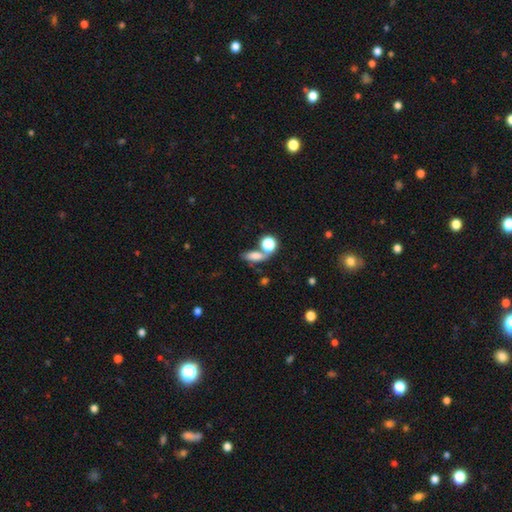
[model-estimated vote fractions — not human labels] Smooth or featured? Predicted: smooth (p=0.74). How rounded? Predicted: in between (p=0.64). Merging? Predicted: none (p=0.50).